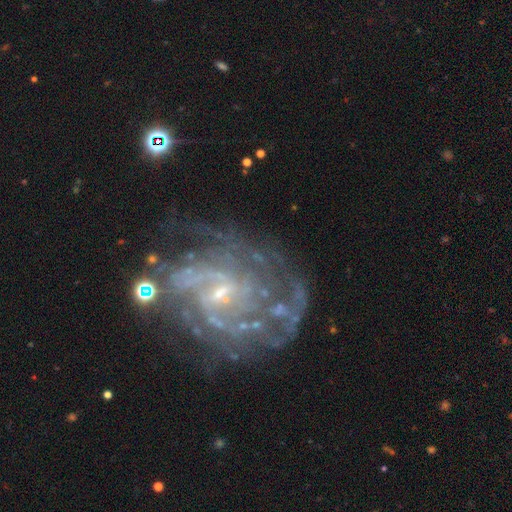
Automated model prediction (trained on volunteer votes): featured or disk 87%, star or artifact 8%, smooth 5%. Down the decision tree: edge-on disk — no (98%); bar — weak (46%); spiral arms — yes (93%); spiral arm count — can't tell (35%); spiral winding — tight (54%); bulge size — small (75%); merging — none (60%).